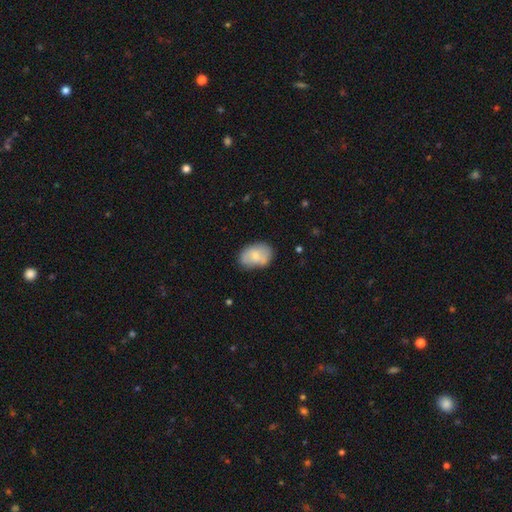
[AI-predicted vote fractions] Q: Smooth or featured?
A: smooth (70%); runner-up: featured or disk (23%)
Q: How rounded?
A: in between (83%); runner-up: round (16%)
Q: Merging?
A: none (65%); runner-up: minor disturbance (25%)